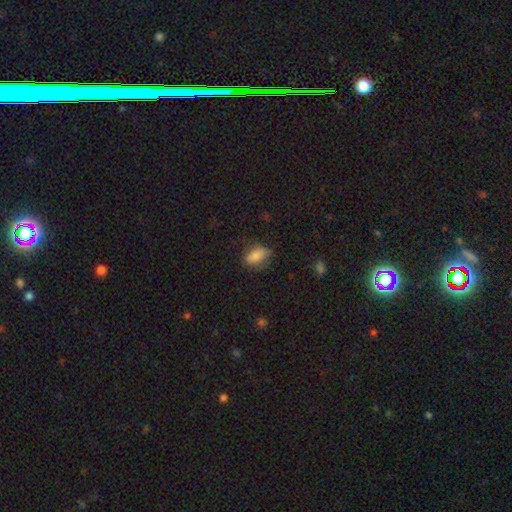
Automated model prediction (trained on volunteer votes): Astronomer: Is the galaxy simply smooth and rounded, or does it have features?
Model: smooth — 77%.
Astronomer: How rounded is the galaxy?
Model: in between — 84%.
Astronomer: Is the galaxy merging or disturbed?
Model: none — 63%.